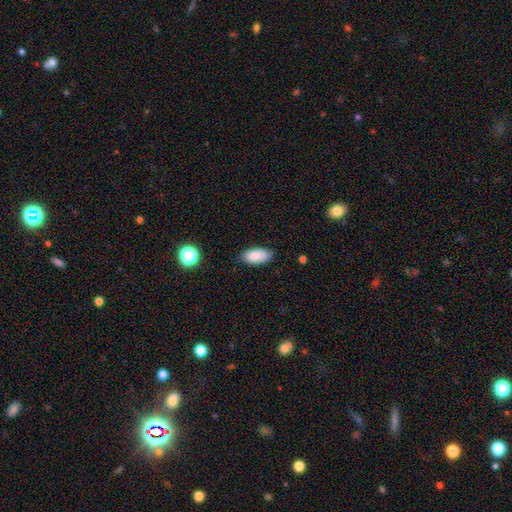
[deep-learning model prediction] A smooth galaxy with no disk features (87%) that is in between round and cigar-shaped (93%). Merging: none (79%).